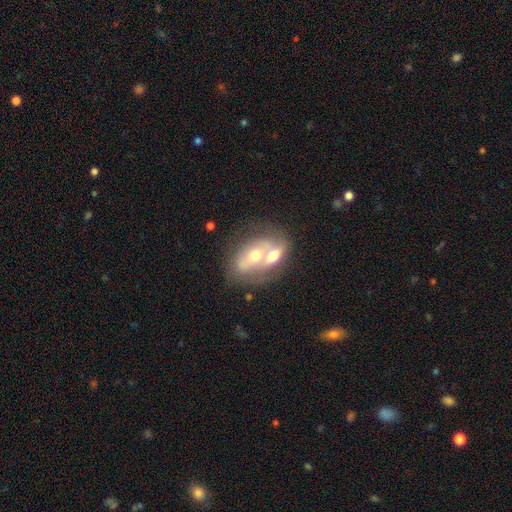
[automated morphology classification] smooth_or_featured: featured or disk (p=0.55) [alt: smooth p=0.37]
disk_edge_on: no (p=0.89) [alt: yes p=0.11]
merging: merger (p=0.66) [alt: none p=0.20]